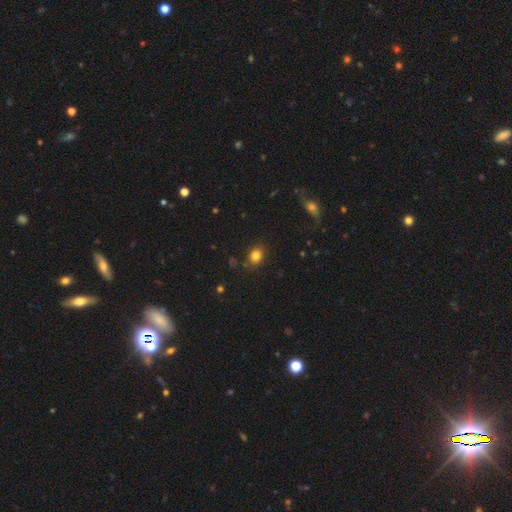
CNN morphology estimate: Smooth or featured?
  - smooth: 82% *
  - star or artifact: 12%
  - featured or disk: 6%
How rounded?
  - round: 54% *
  - in between: 45%
  - cigar-shaped: 1%
Merging?
  - none: 84% *
  - minor disturbance: 11%
  - major disturbance: 3%
  - merger: 2%